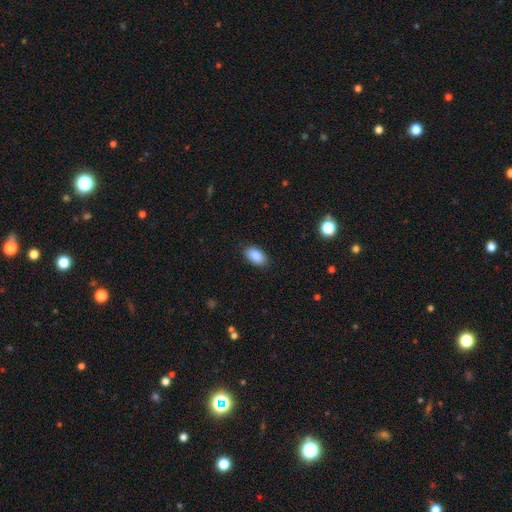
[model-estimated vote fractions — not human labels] A smooth galaxy with no disk features (88%) that is in between round and cigar-shaped (93%). Merging: none (87%).